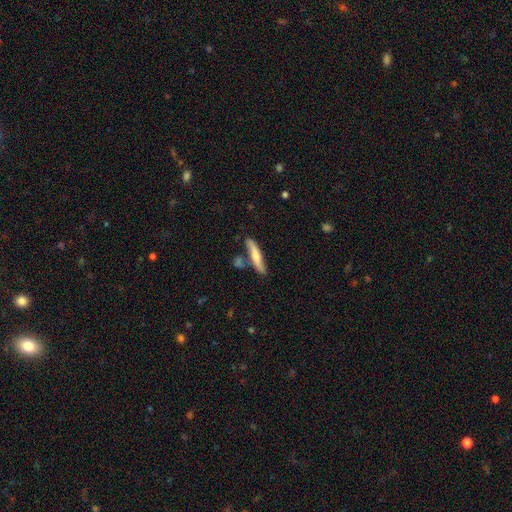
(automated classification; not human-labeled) This appears to be a smooth galaxy with no disk features (57%) that is cigar-shaped (85%). Merging: none (68%).